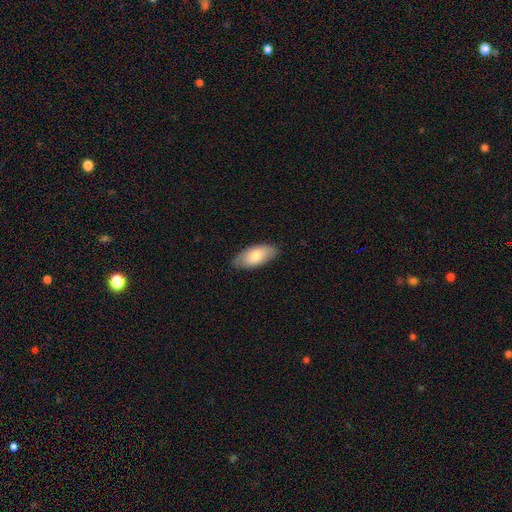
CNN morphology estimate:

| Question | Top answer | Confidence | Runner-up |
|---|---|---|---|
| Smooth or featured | smooth | 76% | featured or disk (18%) |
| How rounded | in between | 91% | cigar-shaped (6%) |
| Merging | none | 82% | minor disturbance (15%) |